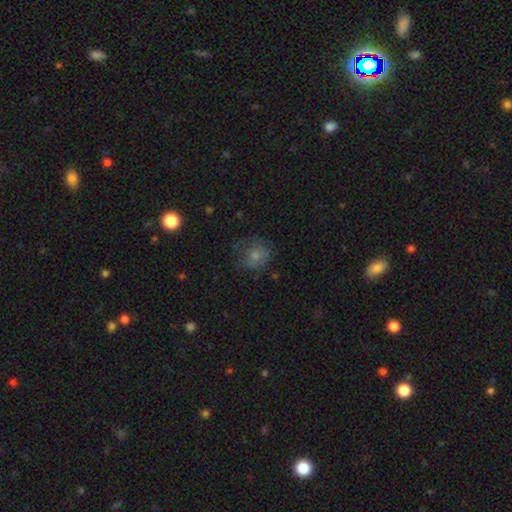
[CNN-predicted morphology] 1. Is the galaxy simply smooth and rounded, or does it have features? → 73% smooth, 16% featured or disk, 12% star or artifact.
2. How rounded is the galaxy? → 80% round, 19% in between, 1% cigar-shaped.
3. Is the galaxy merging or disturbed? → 61% none, 23% minor disturbance, 14% major disturbance, 2% merger.